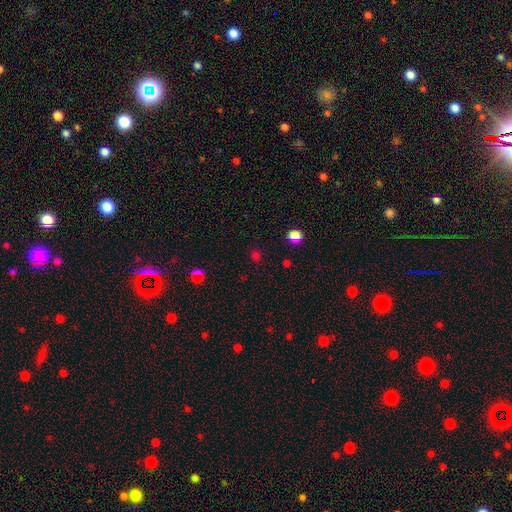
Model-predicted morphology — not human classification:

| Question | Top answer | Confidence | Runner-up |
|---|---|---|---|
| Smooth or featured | smooth | 55% | star or artifact (40%) |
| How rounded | round | 82% | in between (17%) |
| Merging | none | 82% | minor disturbance (10%) |